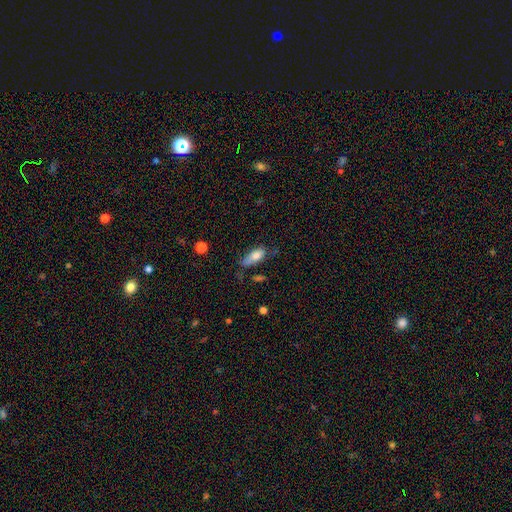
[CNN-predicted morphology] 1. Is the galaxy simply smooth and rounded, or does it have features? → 78% smooth, 15% featured or disk, 7% star or artifact.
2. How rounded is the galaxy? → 80% in between, 18% cigar-shaped, 3% round.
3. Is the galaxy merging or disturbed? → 48% none, 34% minor disturbance, 14% major disturbance, 5% merger.